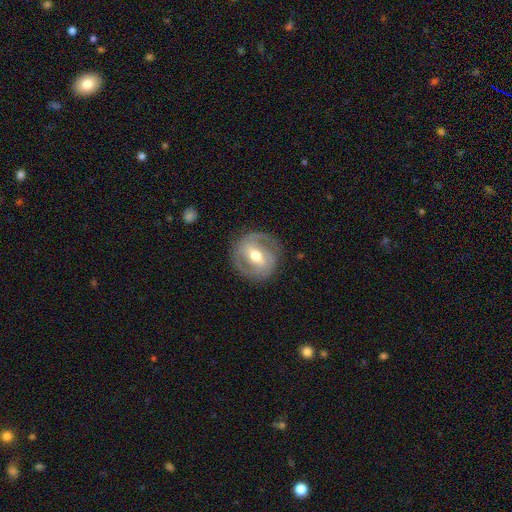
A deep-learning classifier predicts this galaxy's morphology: A featured or disk galaxy (76%) with a strong bar (46%), 2 (80%) medium (43%) spiral arms (79%) and a moderate central bulge (74%).

Vote fractions:
- Smooth or featured? featured or disk: 76% / smooth: 18% / star or artifact: 6%
- Edge-on disk? no: 94% / yes: 6%
- Bar? strong: 46% / weak: 40% / no: 14%
- Spiral arms? yes: 79% / no: 21%
- Spiral winding? medium: 43% / tight: 41% / loose: 16%
- Spiral arm count? 2: 80% / can't tell: 10% / 1: 4% / 3: 3% / 4: 1% / more than 4: 1%
- Bulge size? moderate: 74% / small: 16% / large: 8% / dominant: 1% / none: 1%
- Merging? none: 81% / minor disturbance: 12% / major disturbance: 6% / merger: 1%